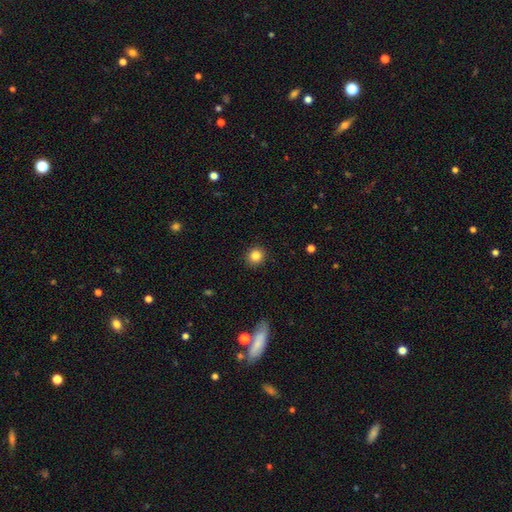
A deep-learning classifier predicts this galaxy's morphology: smooth-or-featured: smooth: 85% | star or artifact: 11% | featured or disk: 5%
  how-rounded: round: 88% | in between: 11% | cigar-shaped: 1%
  merging: none: 91% | minor disturbance: 6% | major disturbance: 2% | merger: 1%